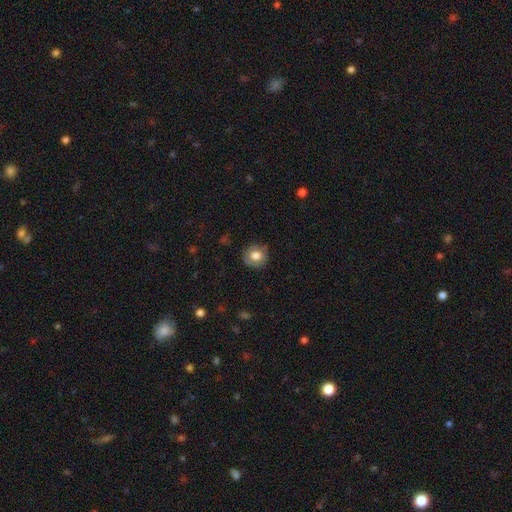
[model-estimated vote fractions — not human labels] Smooth or featured? smooth (74%)
How rounded? round (87%)
Merging? none (82%)